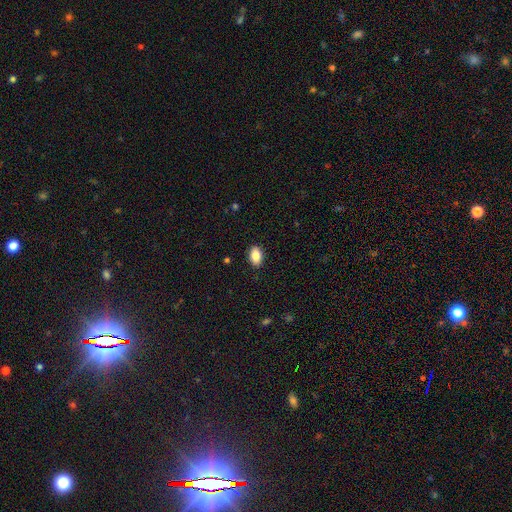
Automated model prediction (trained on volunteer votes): Smooth or featured?
  - smooth: 87% *
  - star or artifact: 8%
  - featured or disk: 5%
How rounded?
  - in between: 89% *
  - round: 9%
  - cigar-shaped: 1%
Merging?
  - none: 89% *
  - minor disturbance: 8%
  - major disturbance: 2%
  - merger: 1%